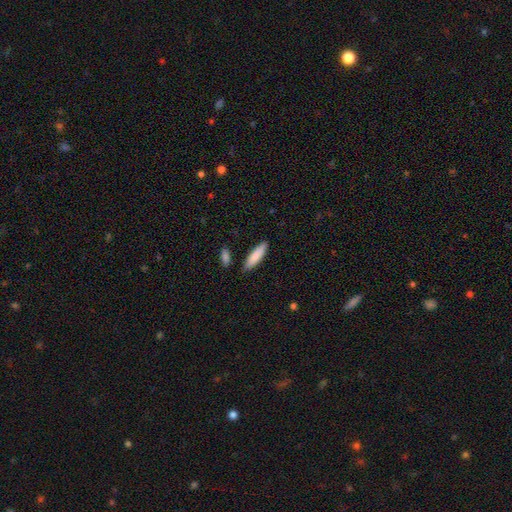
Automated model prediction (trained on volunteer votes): smooth_or_featured: smooth (p=0.86) [alt: featured or disk p=0.09]
how_rounded: cigar-shaped (p=0.68) [alt: in between p=0.30]
merging: none (p=0.85) [alt: minor disturbance p=0.10]